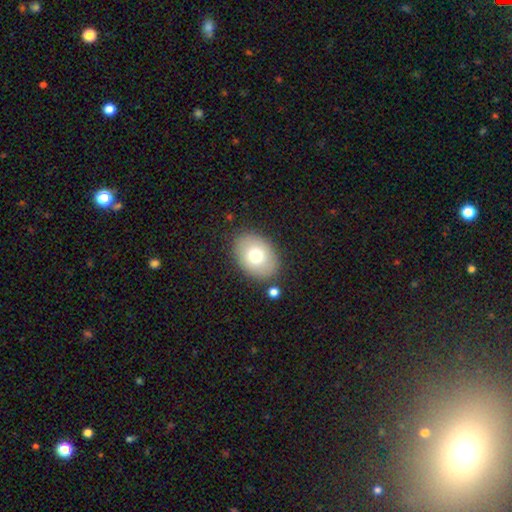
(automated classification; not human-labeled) A smooth galaxy with no disk features (76%) that is in between round and cigar-shaped (74%).

Vote fractions:
- Smooth or featured? smooth: 76% / featured or disk: 16% / star or artifact: 9%
- How rounded? in between: 74% / round: 25% / cigar-shaped: 1%
- Merging? none: 84% / minor disturbance: 10% / major disturbance: 3% / merger: 3%